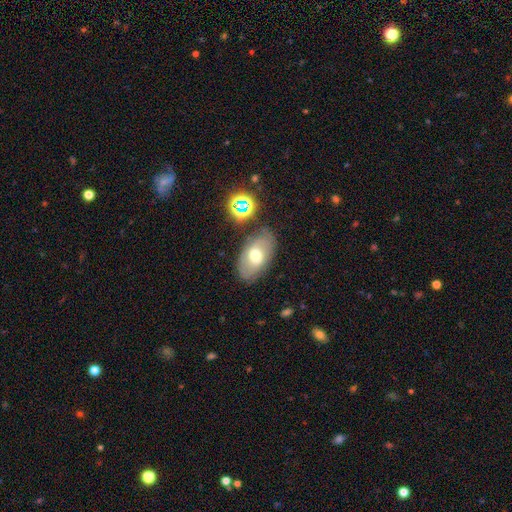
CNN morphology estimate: smooth-or-featured: smooth: 55% | featured or disk: 34% | star or artifact: 11%
  how-rounded: in between: 91% | round: 7% | cigar-shaped: 2%
  merging: none: 73% | minor disturbance: 17% | major disturbance: 6% | merger: 5%